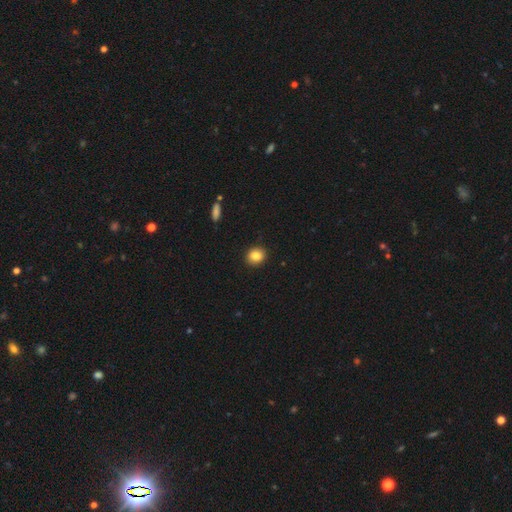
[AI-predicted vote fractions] Smooth or featured? smooth (86%)
How rounded? round (73%)
Merging? none (91%)